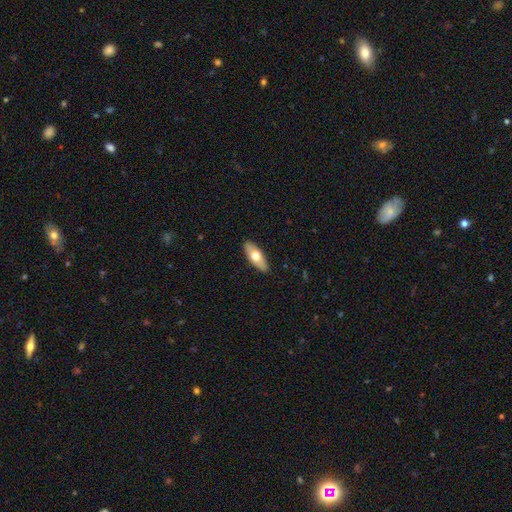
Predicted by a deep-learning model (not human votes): The model was most divided on "smooth or featured": smooth: 61%, featured or disk: 33%, star or artifact: 5%. More confident: merging — none (89%); how rounded — in between (76%).